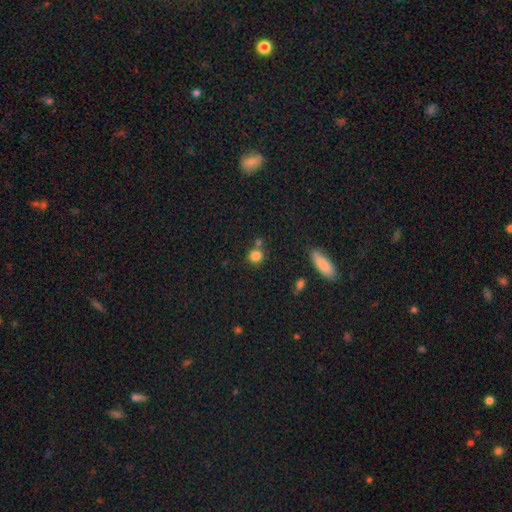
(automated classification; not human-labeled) This appears to be a smooth galaxy with no disk features (82%) that is round (87%). Merging: none (68%).